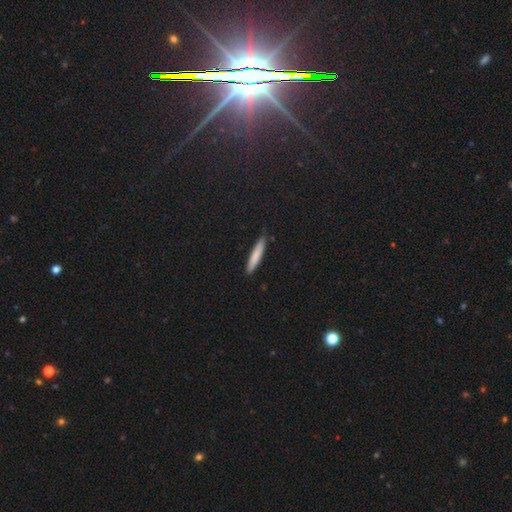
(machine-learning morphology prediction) A smooth galaxy with no disk features (80%) that is cigar-shaped (92%).

Vote fractions:
- Smooth or featured? smooth: 80% / featured or disk: 14% / star or artifact: 6%
- How rounded? cigar-shaped: 92% / in between: 7% / round: 1%
- Merging? none: 87% / minor disturbance: 10% / major disturbance: 2% / merger: 1%